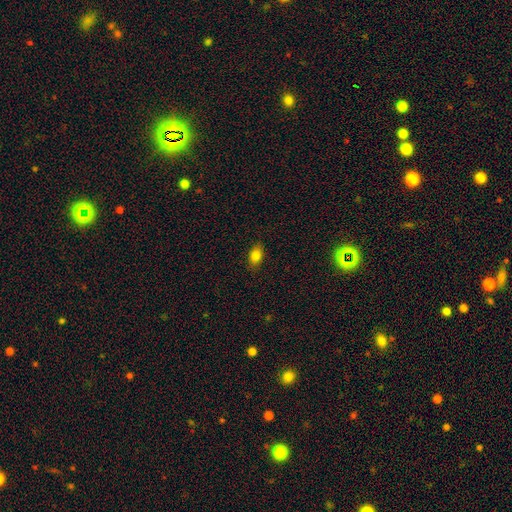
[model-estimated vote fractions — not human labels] smooth 81%, star or artifact 10%, featured or disk 9%. Down the decision tree: how rounded — in between (84%); merging — none (85%).